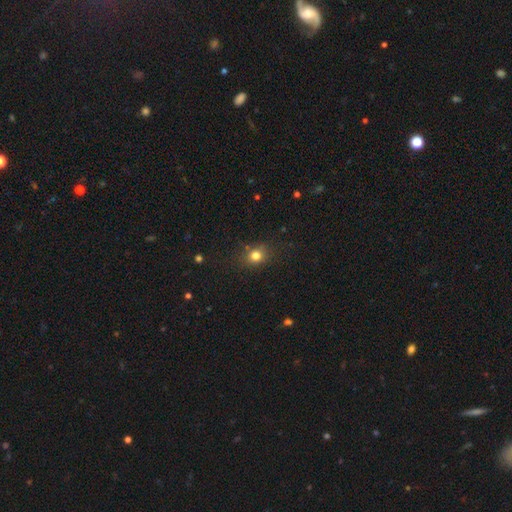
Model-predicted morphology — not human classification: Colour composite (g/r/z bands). It shows a smooth galaxy with no disk features (78%) that is round (69%). Merging: none (81%).